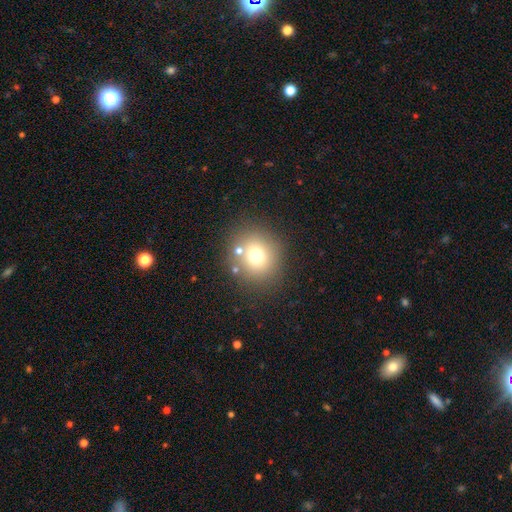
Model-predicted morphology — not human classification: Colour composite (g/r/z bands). It shows a smooth galaxy with no disk features (70%) that is round (85%). Merging: none (78%).